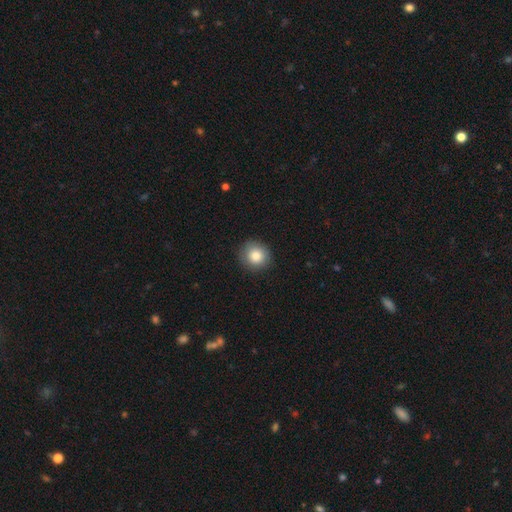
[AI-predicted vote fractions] Smooth or featured? smooth (83%)
How rounded? round (90%)
Merging? none (89%)